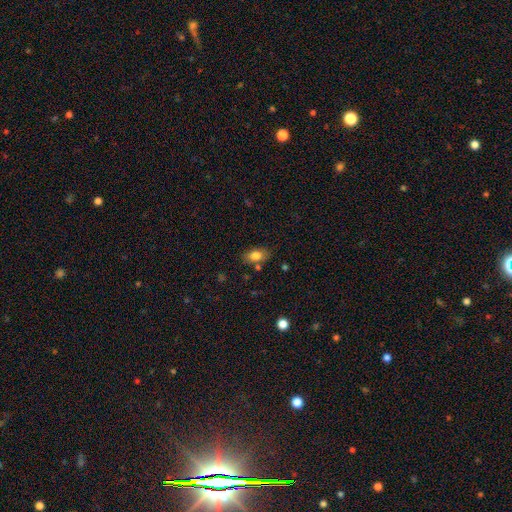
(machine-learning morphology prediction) Overall: smooth (80%). How rounded: in between (84%). Merging: none (75%).